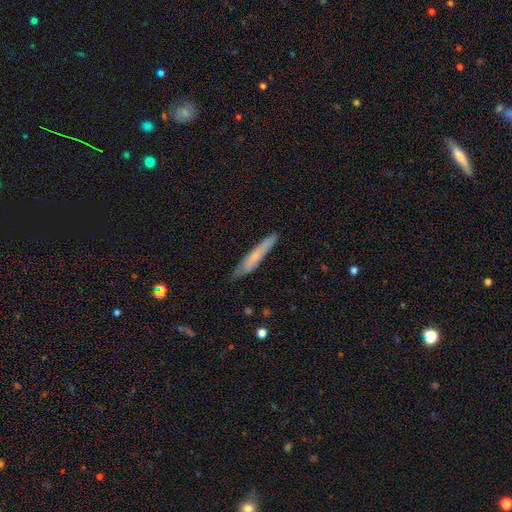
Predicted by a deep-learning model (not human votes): smooth 59%, featured or disk 35%, star or artifact 6%. Down the decision tree: how rounded — cigar-shaped (93%); merging — none (81%).